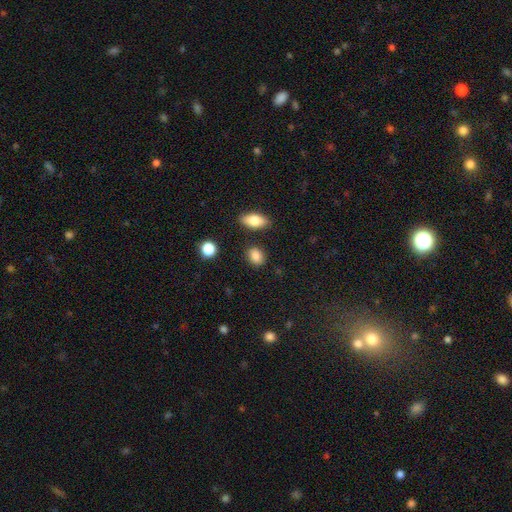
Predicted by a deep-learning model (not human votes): This appears to be a smooth galaxy with no disk features (86%) that is in between round and cigar-shaped (57%). Merging: none (83%).